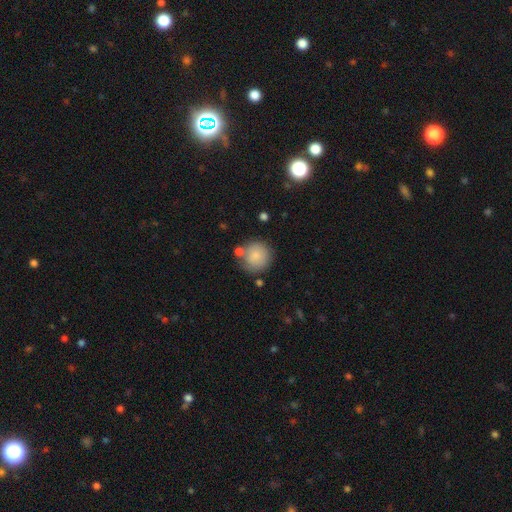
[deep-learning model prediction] A smooth galaxy with no disk features (83%) that is round (93%).

Vote fractions:
- Smooth or featured? smooth: 83% / featured or disk: 9% / star or artifact: 8%
- How rounded? round: 93% / in between: 6% / cigar-shaped: 1%
- Merging? none: 71% / minor disturbance: 14% / merger: 10% / major disturbance: 4%